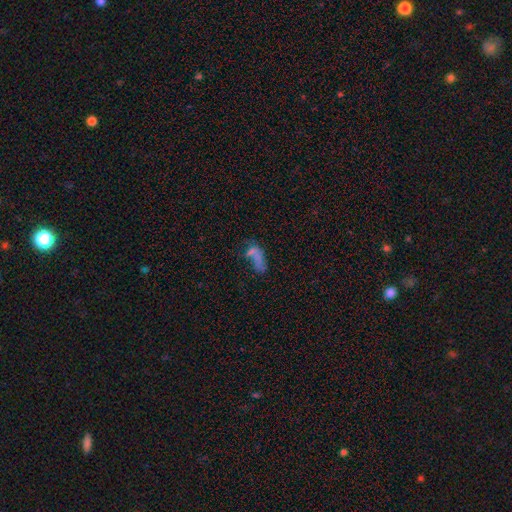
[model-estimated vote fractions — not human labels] A smooth galaxy with no disk features (55%) that is in between round and cigar-shaped (76%). Merging: major disturbance (34%).